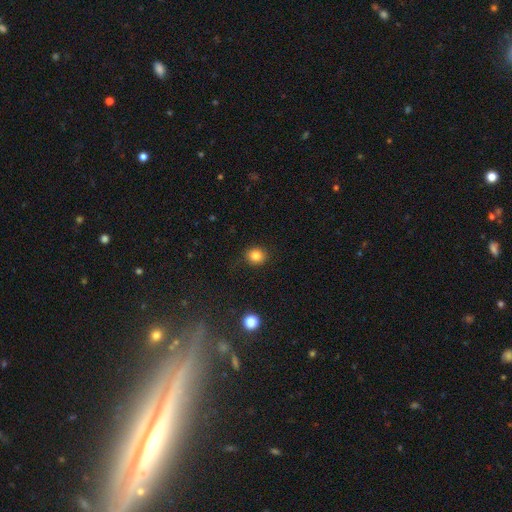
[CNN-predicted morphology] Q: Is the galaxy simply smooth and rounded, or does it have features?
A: smooth — 83%.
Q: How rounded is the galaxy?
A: round — 80%.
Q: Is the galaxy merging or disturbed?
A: none — 89%.